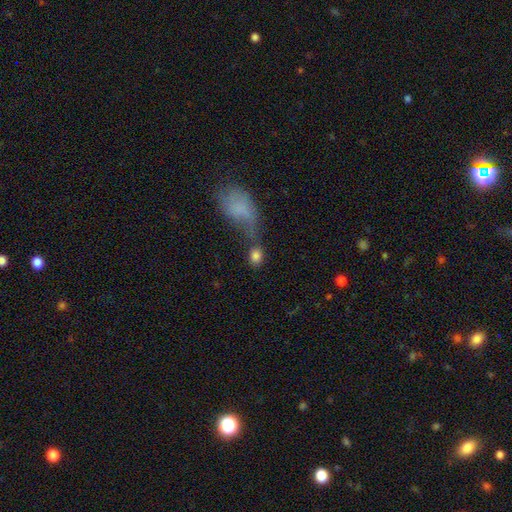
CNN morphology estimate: smooth 83%, star or artifact 9%, featured or disk 8%. Down the decision tree: how rounded — in between (57%); merging — none (51%).